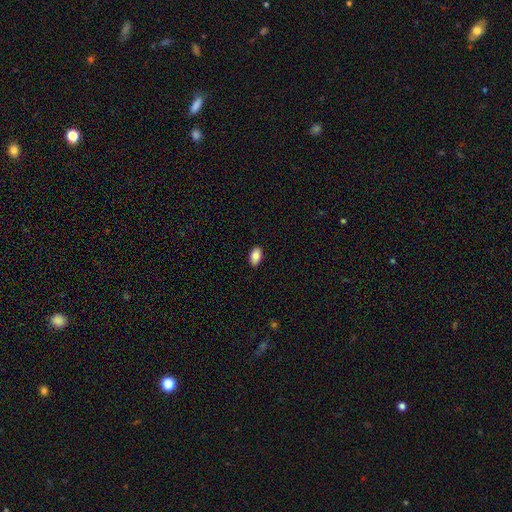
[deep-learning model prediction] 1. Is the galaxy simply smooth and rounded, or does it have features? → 85% smooth, 7% featured or disk, 7% star or artifact.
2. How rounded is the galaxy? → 92% in between, 6% round, 2% cigar-shaped.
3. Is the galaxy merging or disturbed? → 89% none, 9% minor disturbance, 2% major disturbance, 1% merger.